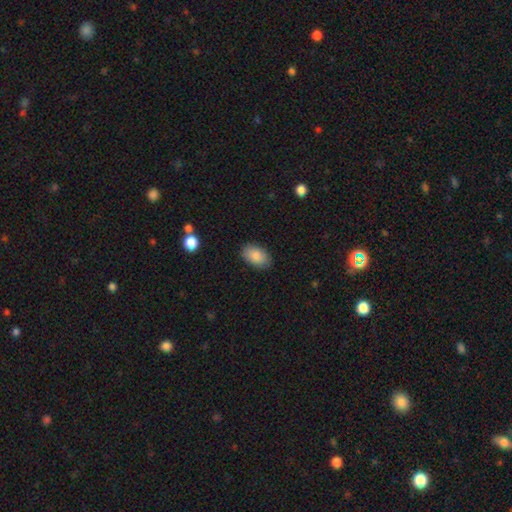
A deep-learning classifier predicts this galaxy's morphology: Smooth or featured? smooth (87%)
How rounded? in between (93%)
Merging? none (86%)